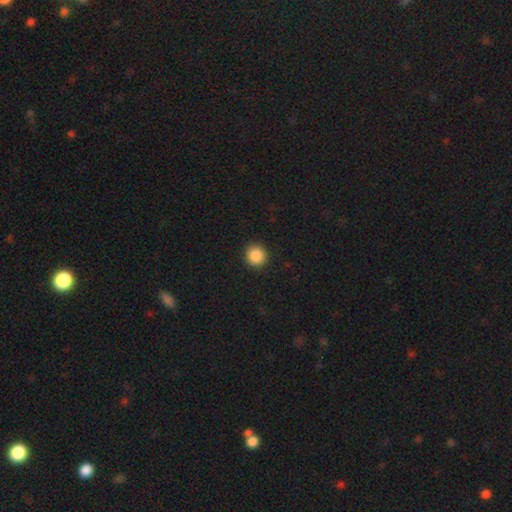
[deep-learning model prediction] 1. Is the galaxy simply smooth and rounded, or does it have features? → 88% smooth, 9% star or artifact, 3% featured or disk.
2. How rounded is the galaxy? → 90% round, 9% in between, 1% cigar-shaped.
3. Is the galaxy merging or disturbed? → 92% none, 6% minor disturbance, 2% major disturbance, 1% merger.